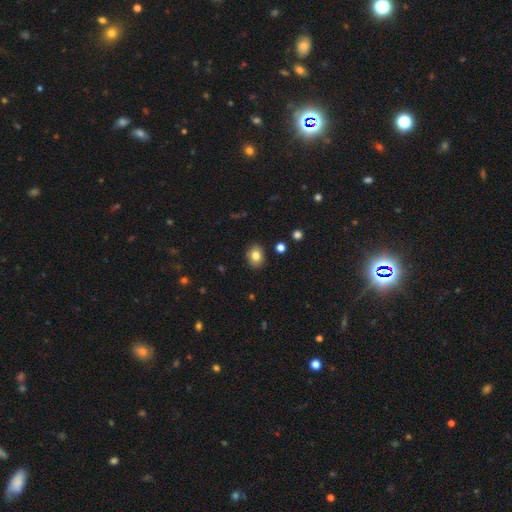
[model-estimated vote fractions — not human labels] Morphology: type=smooth (81%); roundness=in between (50%); merging=none (89%).